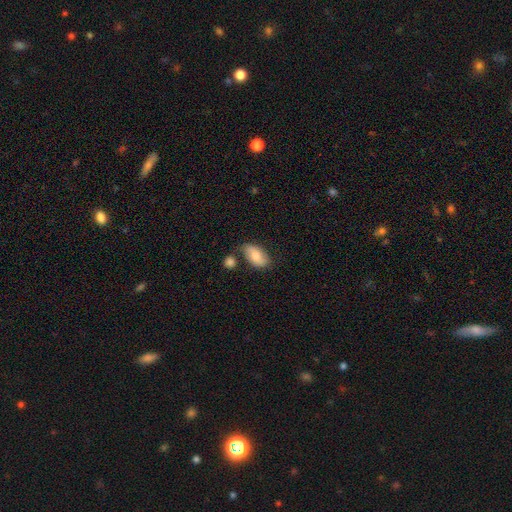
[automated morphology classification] Q: Smooth or featured?
A: smooth (68%); runner-up: featured or disk (25%)
Q: How rounded?
A: in between (92%); runner-up: round (6%)
Q: Merging?
A: none (66%); runner-up: minor disturbance (20%)